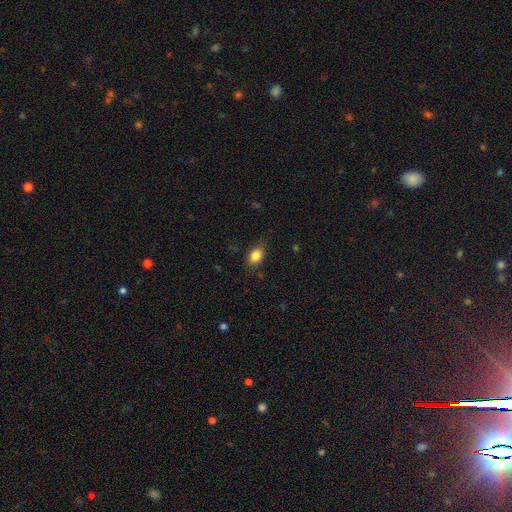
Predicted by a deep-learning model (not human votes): Smooth or featured: smooth — 85% (star or artifact — 9%)
How rounded: in between — 77% (round — 21%)
Merging: none — 78% (minor disturbance — 17%)